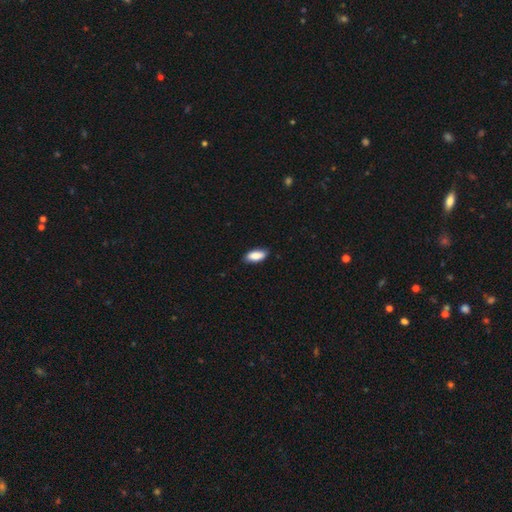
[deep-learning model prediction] smooth_or_featured: smooth (p=0.87) [alt: featured or disk p=0.07]
how_rounded: in between (p=0.86) [alt: cigar-shaped p=0.12]
merging: none (p=0.84) [alt: minor disturbance p=0.13]